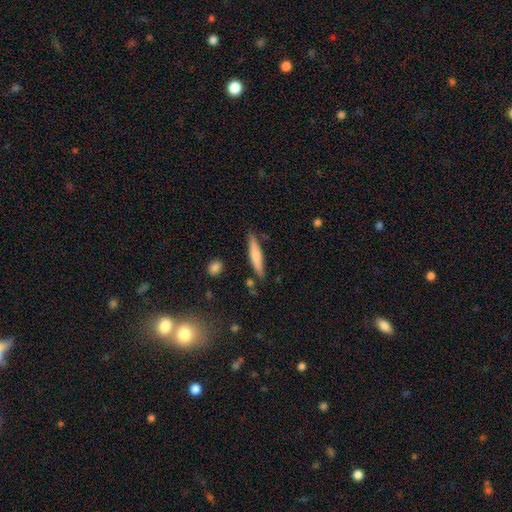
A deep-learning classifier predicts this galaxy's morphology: Smooth or featured: smooth — 66% (featured or disk — 29%)
How rounded: cigar-shaped — 84% (in between — 14%)
Merging: none — 80% (minor disturbance — 14%)